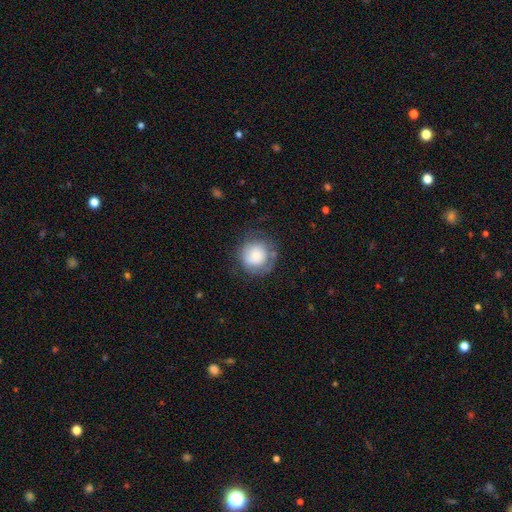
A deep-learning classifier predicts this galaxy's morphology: Smooth or featured? smooth (70%)
How rounded? round (91%)
Merging? none (66%)